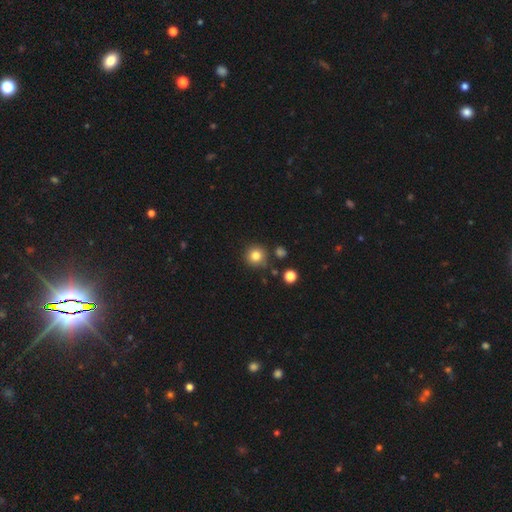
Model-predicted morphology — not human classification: smooth 81%, star or artifact 12%, featured or disk 7%. Down the decision tree: how rounded — round (94%); merging — none (84%).